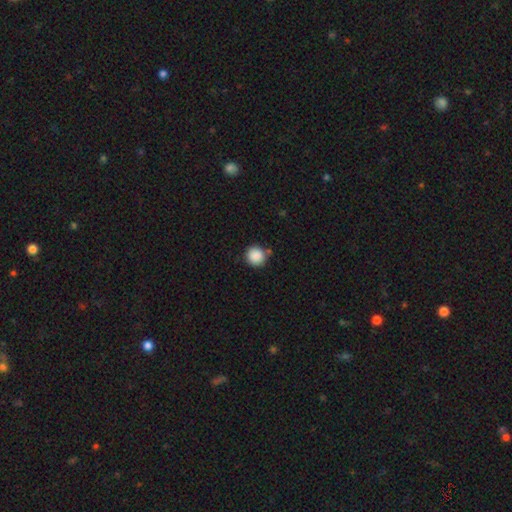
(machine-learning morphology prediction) smooth-or-featured: smooth: 88% | star or artifact: 9% | featured or disk: 3%
  how-rounded: round: 92% | in between: 7% | cigar-shaped: 1%
  merging: none: 79% | minor disturbance: 12% | merger: 7% | major disturbance: 3%